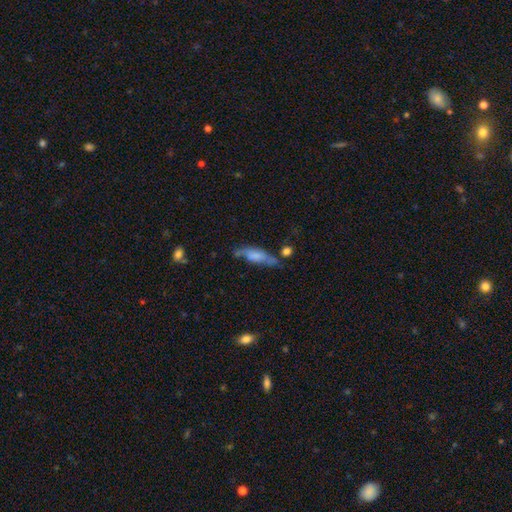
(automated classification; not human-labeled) smooth-or-featured: smooth: 54% | featured or disk: 39% | star or artifact: 8%
  how-rounded: cigar-shaped: 50% | in between: 47% | round: 3%
  merging: none: 45% | minor disturbance: 28% | major disturbance: 15% | merger: 12%